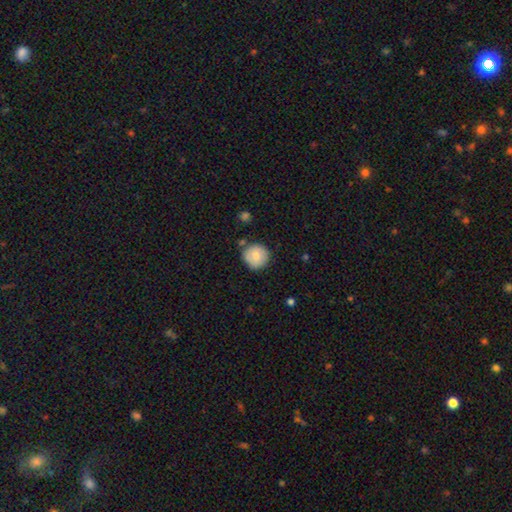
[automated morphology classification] A smooth galaxy with no disk features (77%) that is round (94%).

Vote fractions:
- Smooth or featured? smooth: 77% / featured or disk: 15% / star or artifact: 7%
- How rounded? round: 94% / in between: 5% / cigar-shaped: 1%
- Merging? none: 79% / minor disturbance: 14% / merger: 4% / major disturbance: 3%